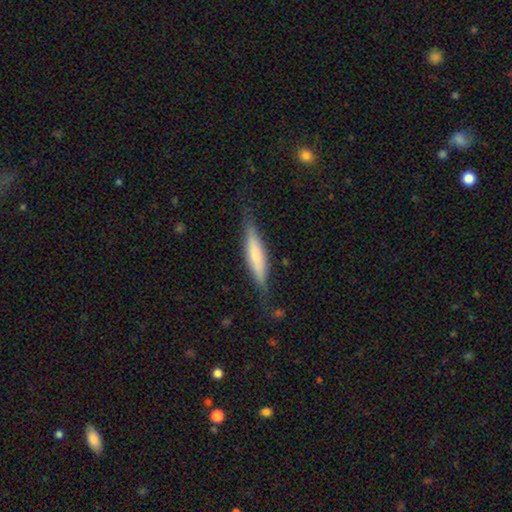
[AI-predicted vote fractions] The model was most divided on "smooth or featured": smooth: 54%, featured or disk: 40%, star or artifact: 6%. More confident: how rounded — cigar-shaped (85%); merging — none (78%).